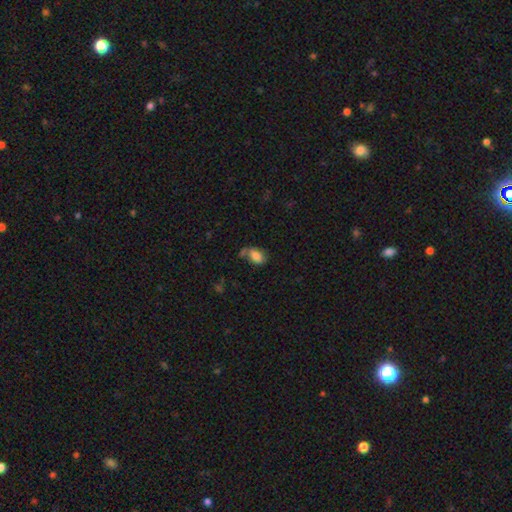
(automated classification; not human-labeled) This appears to be a smooth galaxy with no disk features (82%) that is in between round and cigar-shaped (89%). Merging: none (50%).